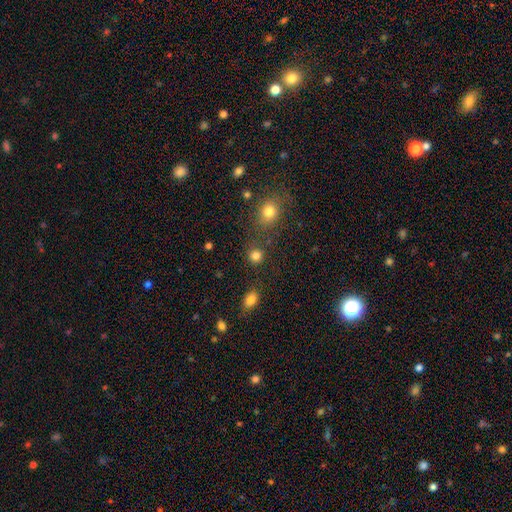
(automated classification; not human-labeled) smooth-or-featured: smooth: 83% | star or artifact: 13% | featured or disk: 4%
  how-rounded: round: 86% | in between: 13% | cigar-shaped: 1%
  merging: none: 79% | minor disturbance: 9% | merger: 8% | major disturbance: 4%